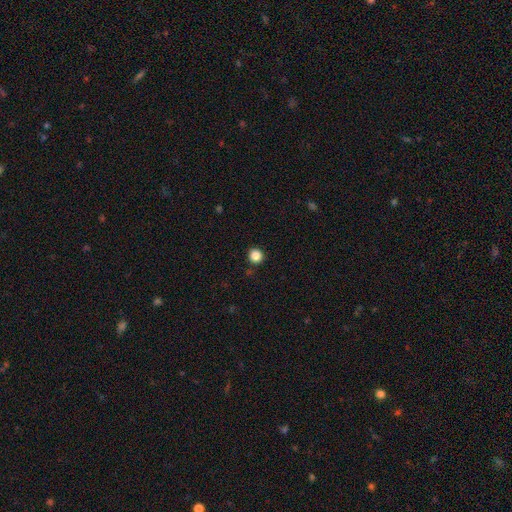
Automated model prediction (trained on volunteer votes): The model was most divided on "smooth or featured": smooth: 86%, star or artifact: 11%, featured or disk: 3%. More confident: how rounded — round (92%); merging — none (90%).